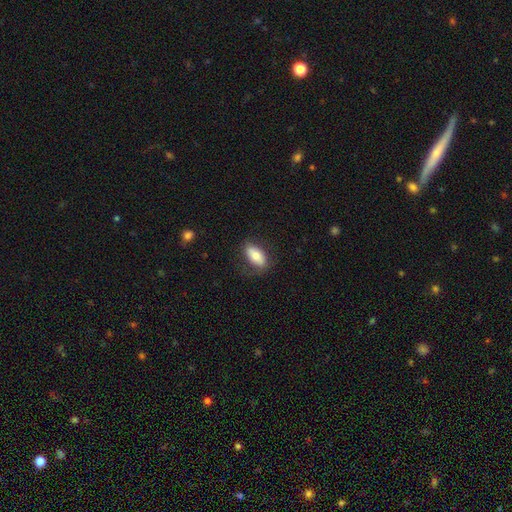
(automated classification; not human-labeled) Smooth or featured? smooth (76%)
How rounded? in between (90%)
Merging? none (73%)